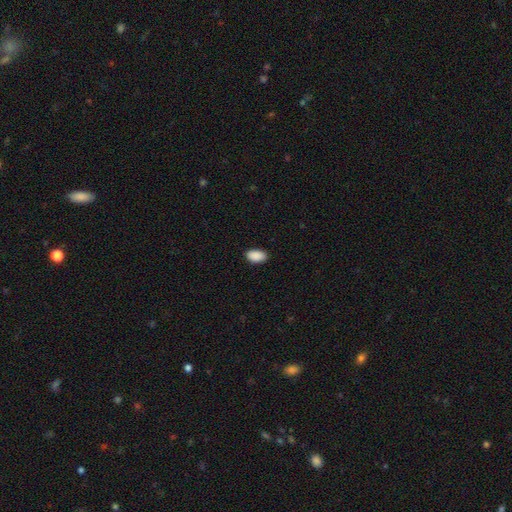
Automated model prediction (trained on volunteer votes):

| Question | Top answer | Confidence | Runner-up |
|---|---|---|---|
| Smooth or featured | smooth | 91% | star or artifact (7%) |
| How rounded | in between | 94% | round (4%) |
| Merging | none | 89% | minor disturbance (8%) |